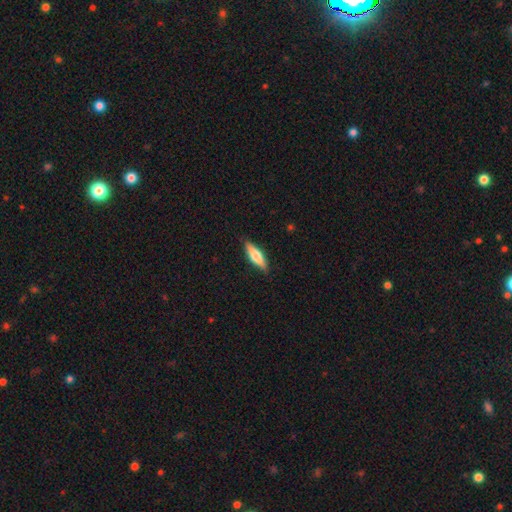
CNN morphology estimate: The model was most divided on "how rounded": cigar-shaped: 55%, in between: 43%, round: 2%. More confident: merging — none (87%); smooth or featured — smooth (59%).